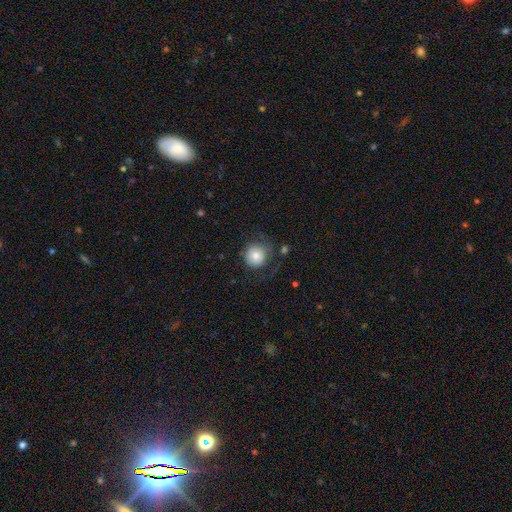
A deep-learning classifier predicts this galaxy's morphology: smooth 76%, featured or disk 15%, star or artifact 9%. Down the decision tree: how rounded — round (91%); merging — none (66%).